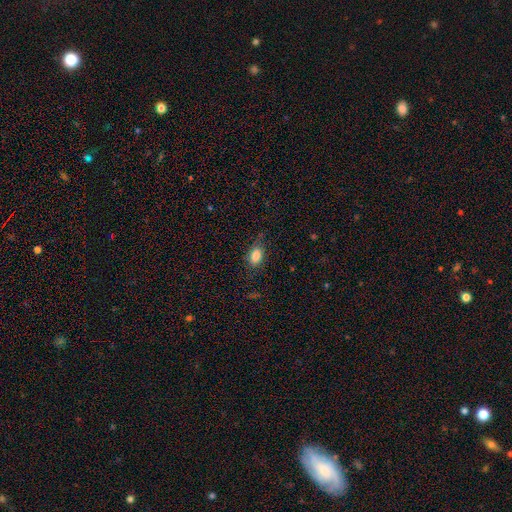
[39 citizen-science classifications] Morphology: type=smooth (85%); roundness=in between (79%); merging=none (73%).